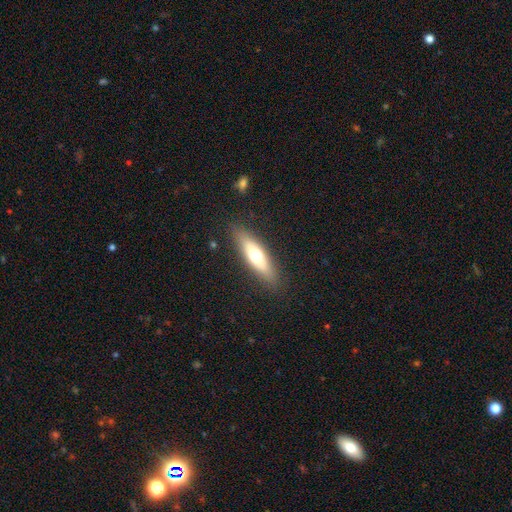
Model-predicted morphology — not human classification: Smooth or featured: smooth — 58% (featured or disk — 36%)
How rounded: cigar-shaped — 57% (in between — 40%)
Merging: none — 86% (minor disturbance — 10%)